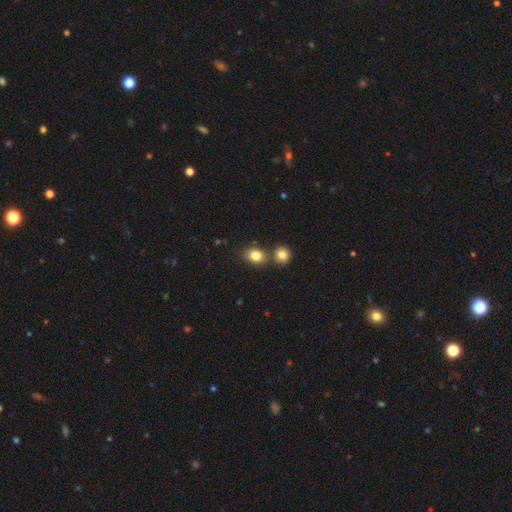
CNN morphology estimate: smooth-or-featured: smooth: 82% | star or artifact: 11% | featured or disk: 8%
  how-rounded: in between: 50% | round: 48% | cigar-shaped: 1%
  merging: none: 63% | merger: 23% | minor disturbance: 11% | major disturbance: 3%